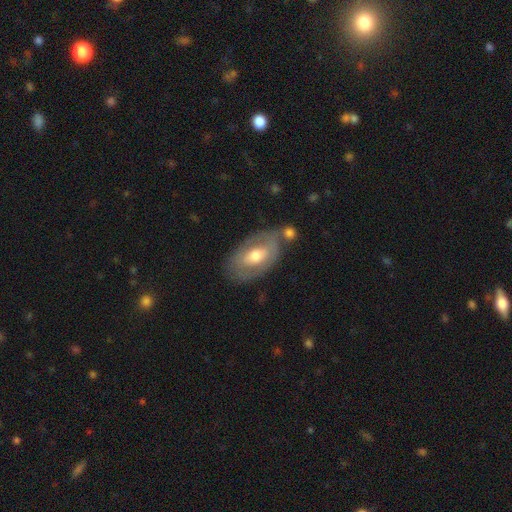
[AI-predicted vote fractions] A featured or disk galaxy (56%). Merging: none (61%).